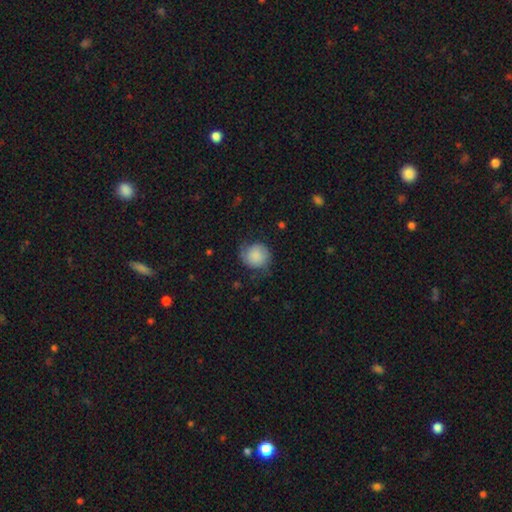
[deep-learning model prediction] smooth-or-featured: smooth: 71% | featured or disk: 21% | star or artifact: 8%
  how-rounded: round: 83% | in between: 16% | cigar-shaped: 1%
  merging: none: 61% | minor disturbance: 26% | major disturbance: 11% | merger: 1%